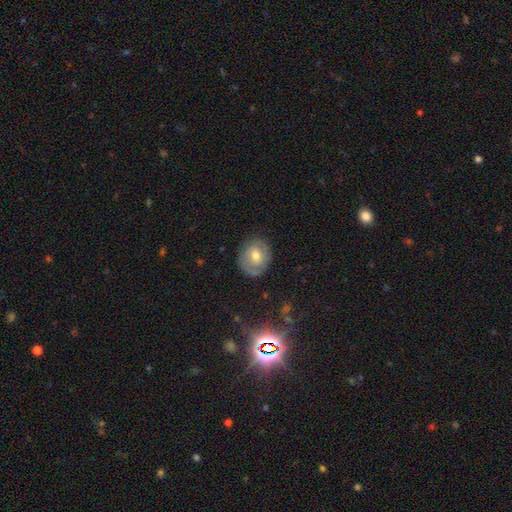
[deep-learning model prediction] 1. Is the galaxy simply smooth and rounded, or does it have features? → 51% smooth, 41% featured or disk, 8% star or artifact.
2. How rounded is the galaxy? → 68% round, 31% in between, 1% cigar-shaped.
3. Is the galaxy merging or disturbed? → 77% none, 17% minor disturbance, 5% major disturbance, 1% merger.